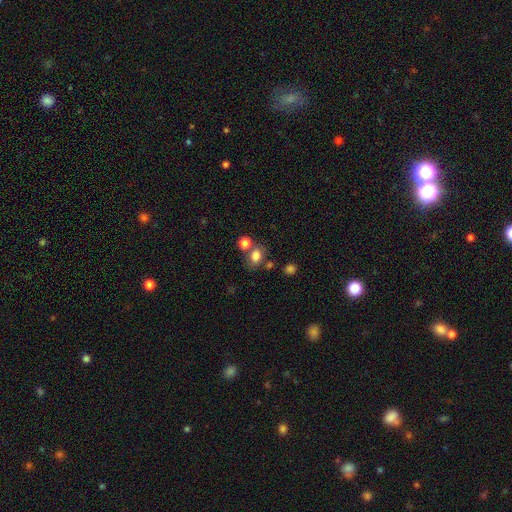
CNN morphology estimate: A smooth galaxy with no disk features (79%) that is in between round and cigar-shaped (53%).

Vote fractions:
- Smooth or featured? smooth: 79% / star or artifact: 13% / featured or disk: 9%
- How rounded? in between: 53% / round: 45% / cigar-shaped: 1%
- Merging? none: 62% / merger: 20% / minor disturbance: 13% / major disturbance: 5%